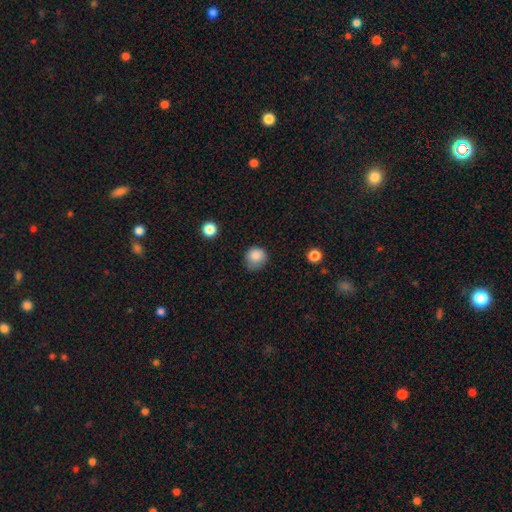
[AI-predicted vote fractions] Morphology: type=smooth (85%); roundness=round (85%); merging=none (65%).